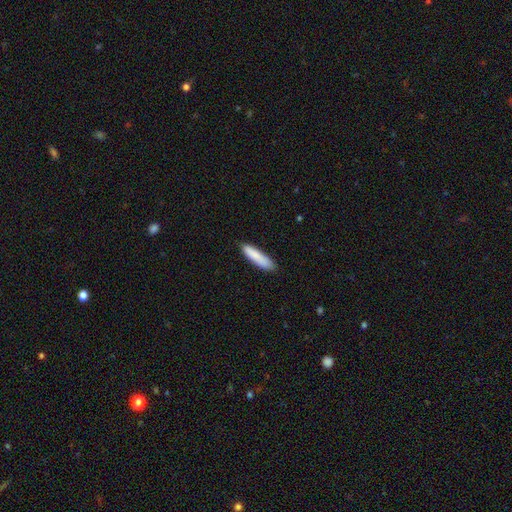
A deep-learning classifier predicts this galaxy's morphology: smooth 85%, featured or disk 9%, star or artifact 6%. Down the decision tree: how rounded — cigar-shaped (79%); merging — none (84%).